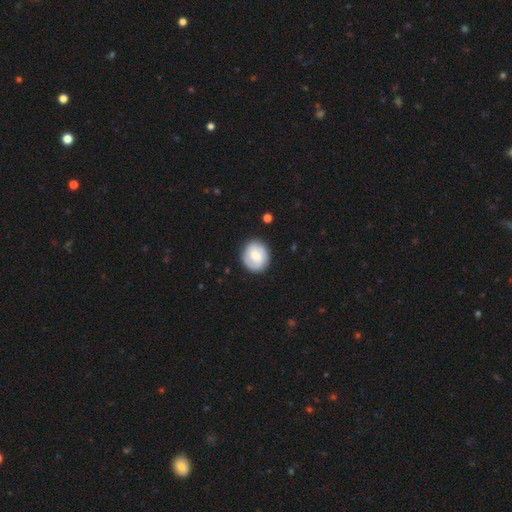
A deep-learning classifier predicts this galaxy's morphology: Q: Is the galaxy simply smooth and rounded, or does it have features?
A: smooth — 61%.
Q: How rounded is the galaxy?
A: round — 79%.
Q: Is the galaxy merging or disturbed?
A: none — 86%.